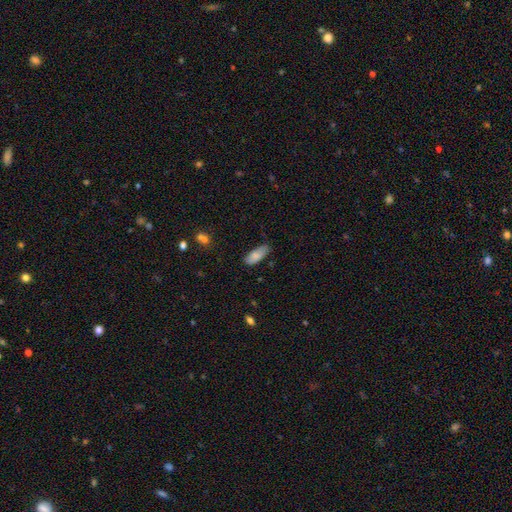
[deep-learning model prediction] Morphology: type=smooth (82%); roundness=in between (81%); merging=none (70%).